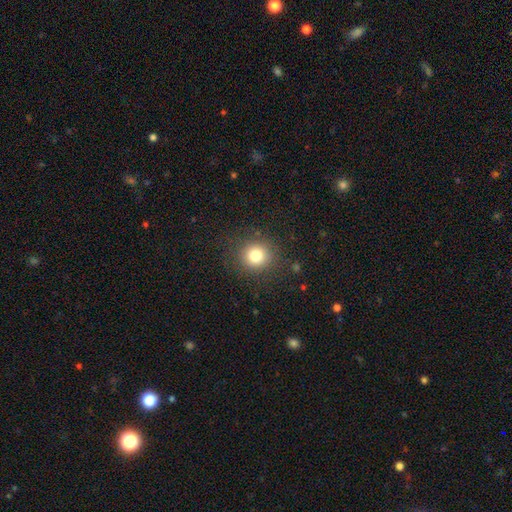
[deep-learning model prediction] Smooth or featured? Predicted: smooth (p=0.80). How rounded? Predicted: round (p=0.89). Merging? Predicted: none (p=0.87).